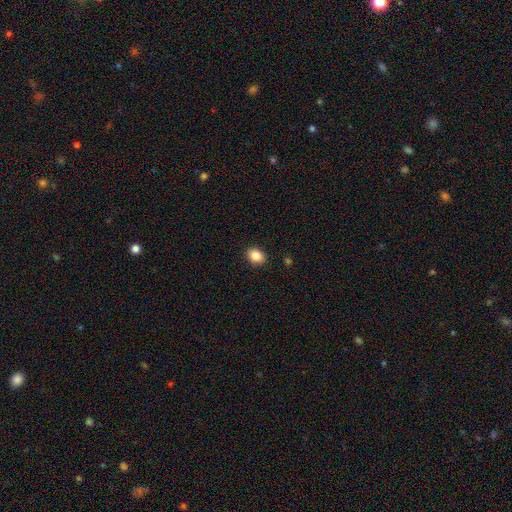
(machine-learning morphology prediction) type=smooth (86%); roundness=in between (65%); merging=none (89%).